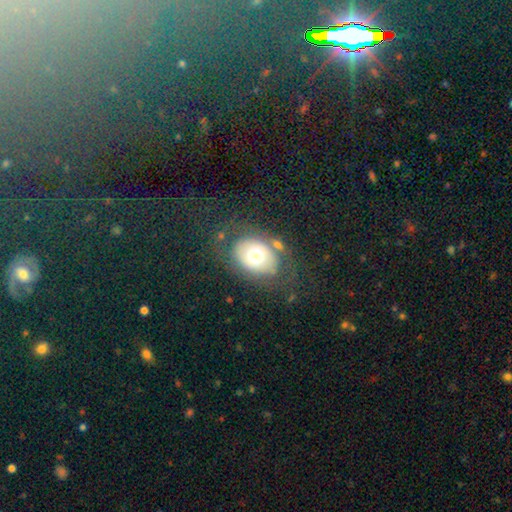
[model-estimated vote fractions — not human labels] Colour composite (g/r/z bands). It shows a smooth galaxy with no disk features (57%) that is in between round and cigar-shaped (70%). Merging: none (62%).